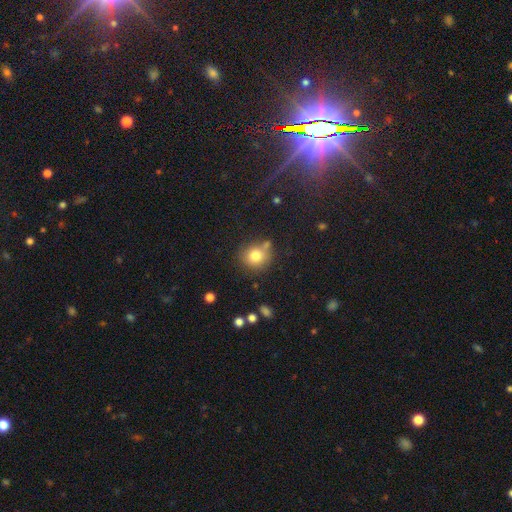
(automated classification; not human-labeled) A smooth galaxy with no disk features (79%) that is round (85%). Merging: none (68%).